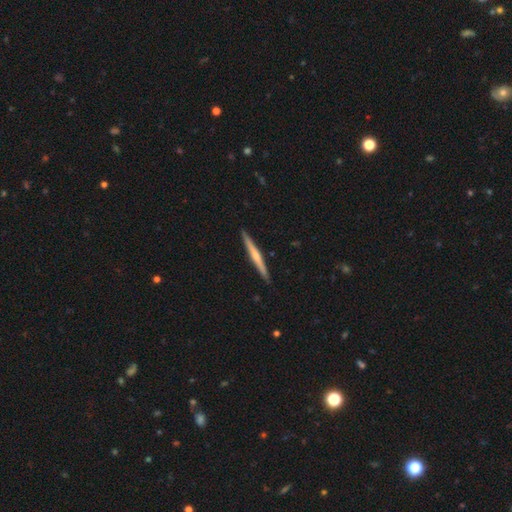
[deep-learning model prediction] Smooth or featured: featured or disk — 59% (smooth — 35%)
Edge-on disk: yes — 98% (no — 2%)
Edge-on bulge: rounded — 58% (none — 35%)
Merging: none — 92% (minor disturbance — 6%)